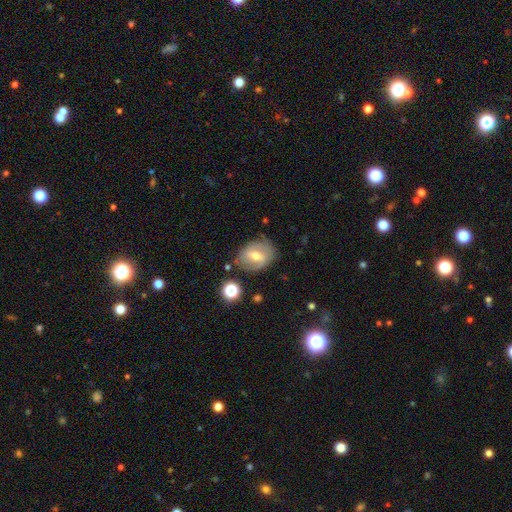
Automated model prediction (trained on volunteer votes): smooth-or-featured: featured or disk: 47% | smooth: 44% | star or artifact: 9%
  merging: none: 73% | minor disturbance: 18% | major disturbance: 6% | merger: 4%